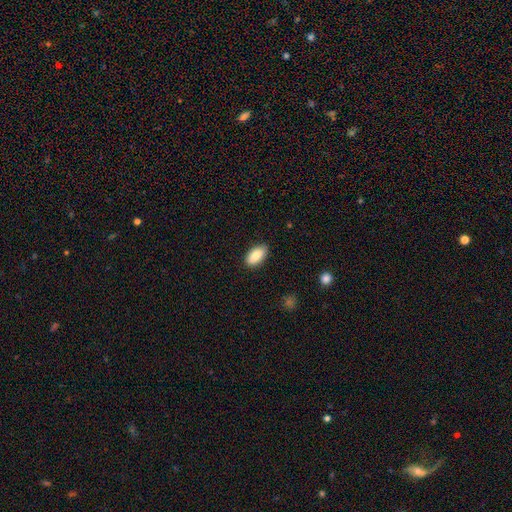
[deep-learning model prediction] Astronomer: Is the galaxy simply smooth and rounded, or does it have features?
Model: smooth — 86%.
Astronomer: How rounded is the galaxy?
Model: in between — 92%.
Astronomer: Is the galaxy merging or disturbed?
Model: none — 87%.